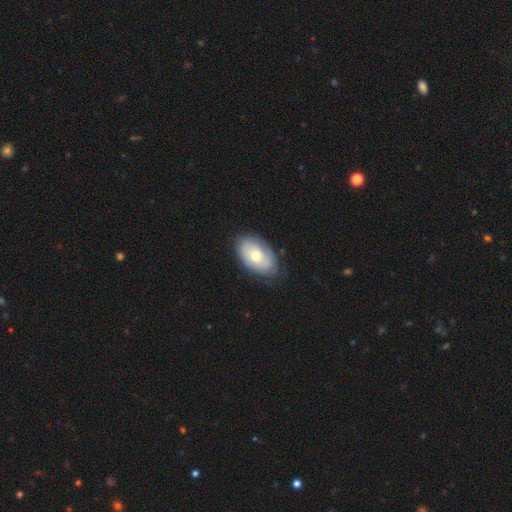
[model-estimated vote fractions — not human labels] smooth_or_featured: smooth (p=0.58) [alt: featured or disk p=0.36]
how_rounded: in between (p=0.90) [alt: round p=0.08]
merging: none (p=0.78) [alt: minor disturbance p=0.17]